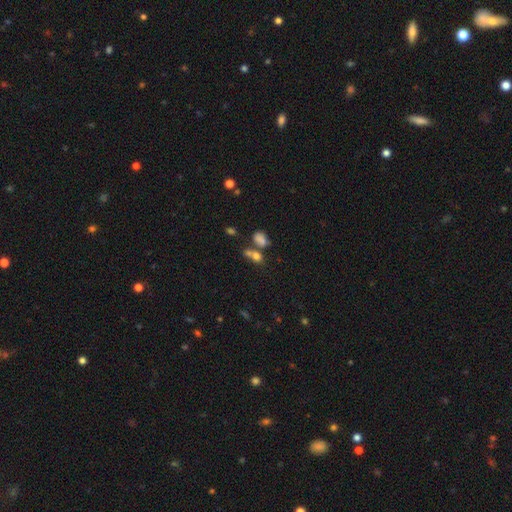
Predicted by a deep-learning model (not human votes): Smooth or featured? Predicted: smooth (p=0.73). How rounded? Predicted: in between (p=0.69). Merging? Predicted: merger (p=0.44).